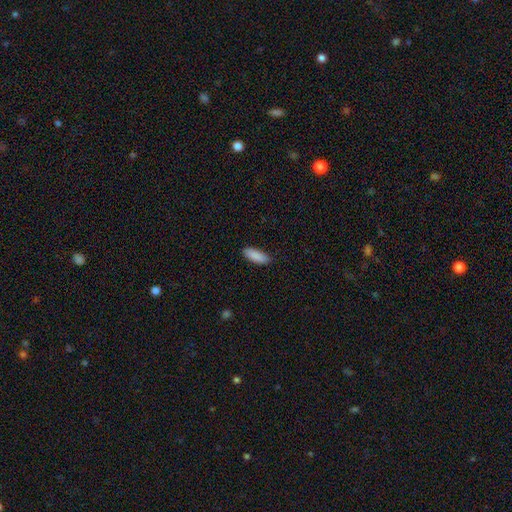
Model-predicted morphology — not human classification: A smooth galaxy with no disk features (90%) that is in between round and cigar-shaped (67%). Merging: none (87%).